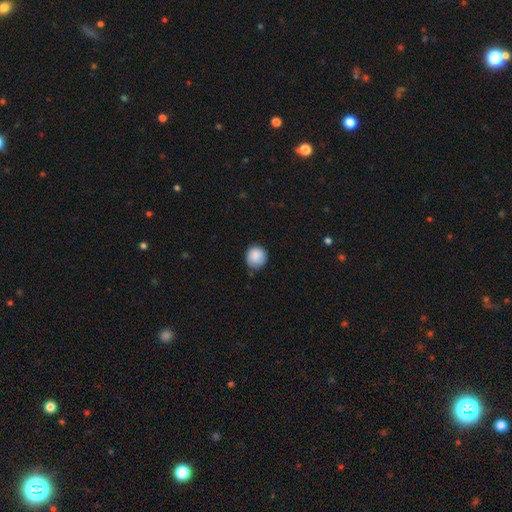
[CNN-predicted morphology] smooth_or_featured: smooth (p=0.87) [alt: star or artifact p=0.08]
how_rounded: round (p=0.93) [alt: in between p=0.07]
merging: none (p=0.77) [alt: minor disturbance p=0.19]